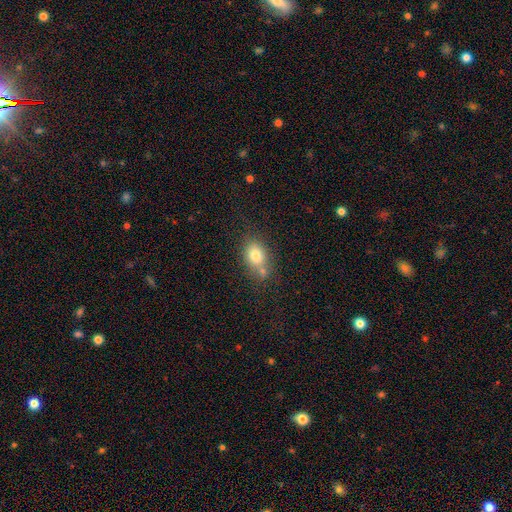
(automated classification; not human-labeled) Smooth or featured?
  - smooth: 77% *
  - featured or disk: 13%
  - star or artifact: 10%
How rounded?
  - in between: 70% *
  - round: 28%
  - cigar-shaped: 2%
Merging?
  - none: 52% *
  - merger: 27%
  - minor disturbance: 16%
  - major disturbance: 5%